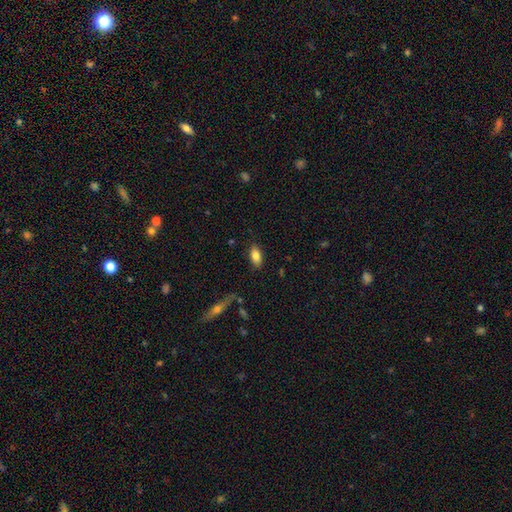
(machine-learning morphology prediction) Smooth or featured: smooth — 83% (featured or disk — 10%)
How rounded: in between — 90% (cigar-shaped — 6%)
Merging: none — 83% (minor disturbance — 12%)